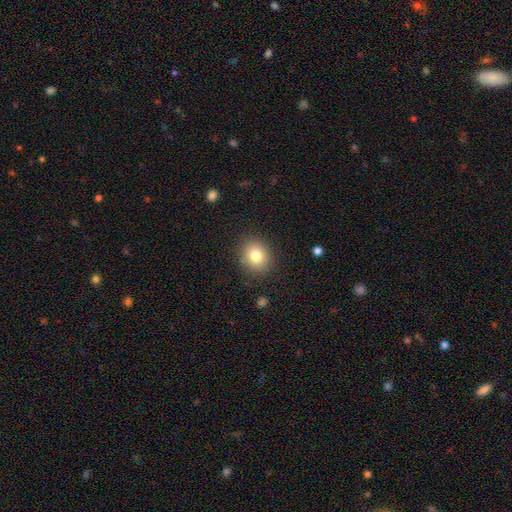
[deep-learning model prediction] Smooth or featured?
  - smooth: 80% *
  - star or artifact: 11%
  - featured or disk: 9%
How rounded?
  - round: 77% *
  - in between: 23%
  - cigar-shaped: 1%
Merging?
  - none: 88% *
  - minor disturbance: 8%
  - major disturbance: 3%
  - merger: 1%